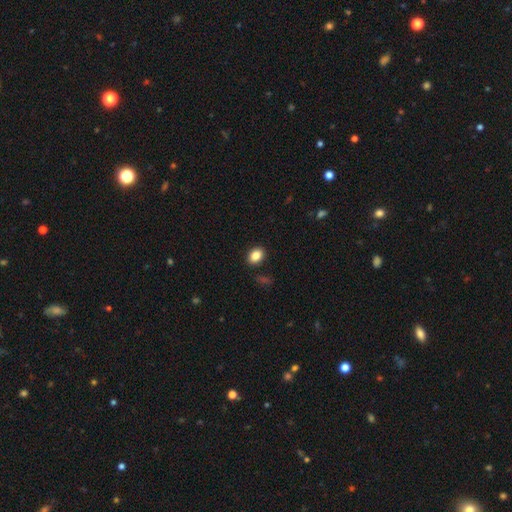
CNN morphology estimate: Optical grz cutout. It shows a smooth galaxy with no disk features (86%) that is in between round and cigar-shaped (74%). Merging: none (88%).